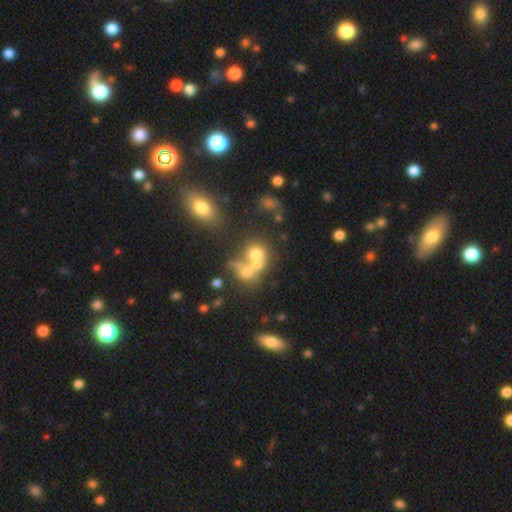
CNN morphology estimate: Smooth or featured? smooth (57%)
How rounded? round (65%)
Merging? merger (56%)